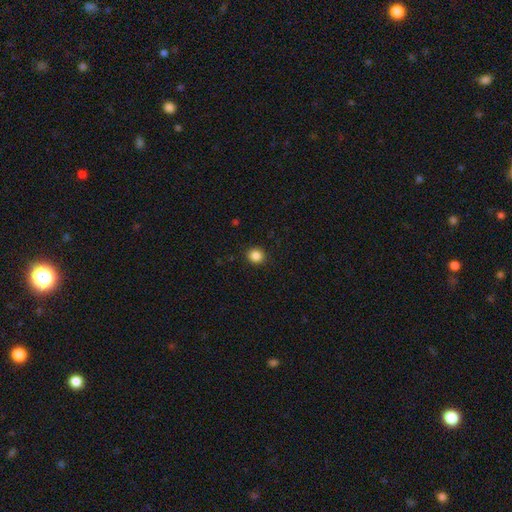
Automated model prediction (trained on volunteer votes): smooth-or-featured: smooth: 86% | star or artifact: 11% | featured or disk: 3%
  how-rounded: round: 91% | in between: 8% | cigar-shaped: 1%
  merging: none: 92% | minor disturbance: 5% | major disturbance: 2% | merger: 1%